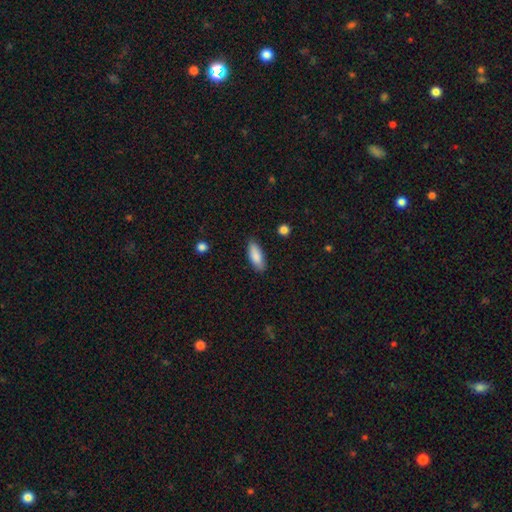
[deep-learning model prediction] The model was most divided on "how rounded": in between: 73%, cigar-shaped: 25%, round: 2%. More confident: smooth or featured — smooth (86%); merging — none (84%).